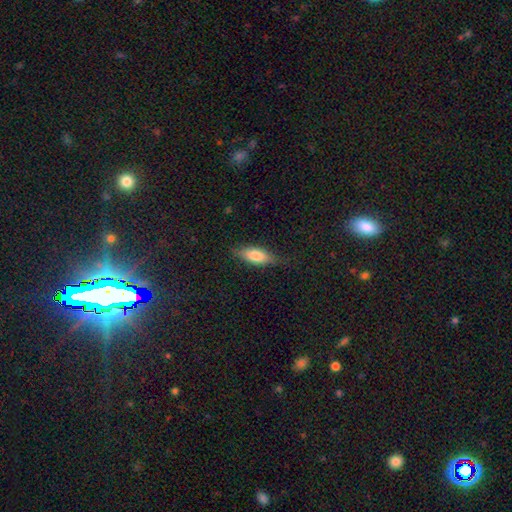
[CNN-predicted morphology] This appears to be a smooth galaxy with no disk features (76%) that is in between round and cigar-shaped (72%). Merging: none (78%).